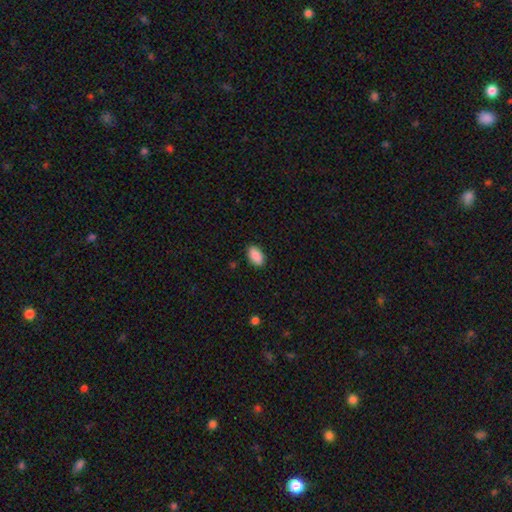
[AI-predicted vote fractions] Smooth or featured?
  - smooth: 89% *
  - star or artifact: 7%
  - featured or disk: 4%
How rounded?
  - in between: 93% *
  - round: 5%
  - cigar-shaped: 2%
Merging?
  - none: 88% *
  - minor disturbance: 9%
  - major disturbance: 2%
  - merger: 1%